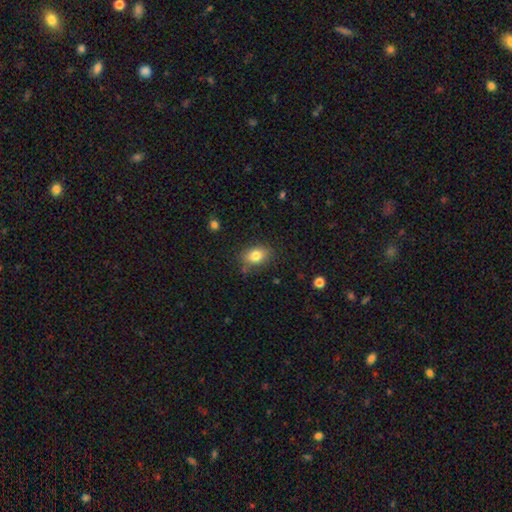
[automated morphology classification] Q: Smooth or featured?
A: smooth (81%); runner-up: featured or disk (10%)
Q: How rounded?
A: in between (76%); runner-up: round (22%)
Q: Merging?
A: none (79%); runner-up: minor disturbance (15%)